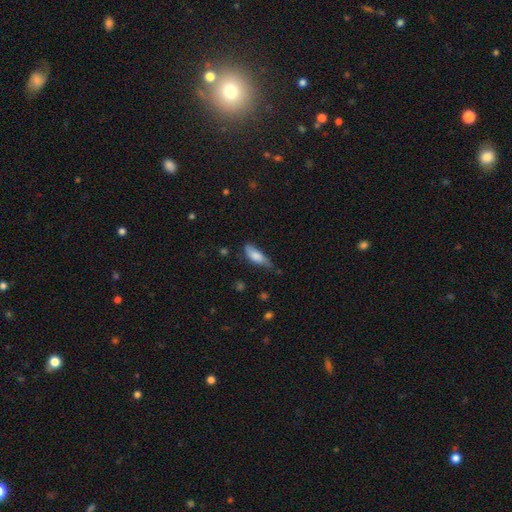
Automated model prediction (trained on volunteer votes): A smooth galaxy with no disk features (77%) that is in between round and cigar-shaped (64%).

Vote fractions:
- Smooth or featured? smooth: 77% / featured or disk: 17% / star or artifact: 7%
- How rounded? in between: 64% / cigar-shaped: 33% / round: 2%
- Merging? none: 42% (tied) / minor disturbance: 42% (tied) / major disturbance: 12% / merger: 3%